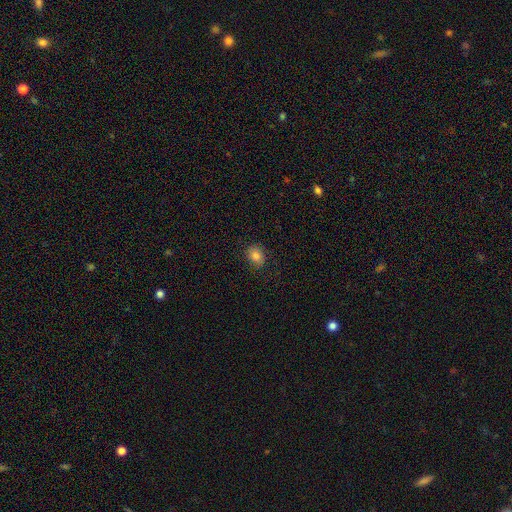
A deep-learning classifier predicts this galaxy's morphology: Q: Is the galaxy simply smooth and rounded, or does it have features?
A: smooth — 83%.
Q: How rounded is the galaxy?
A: in between — 50%.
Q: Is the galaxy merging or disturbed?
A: none — 82%.